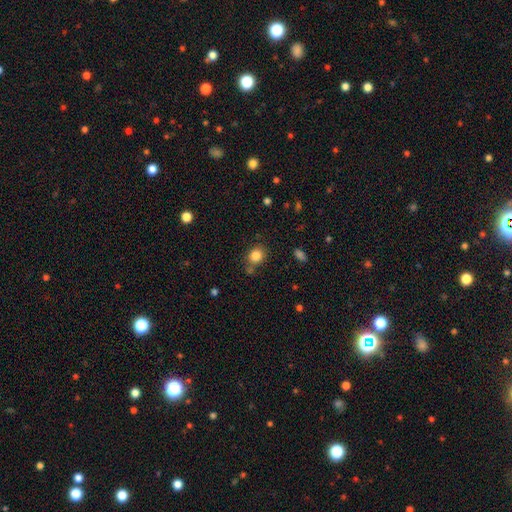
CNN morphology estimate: Smooth or featured?
  - smooth: 84% *
  - star or artifact: 11%
  - featured or disk: 6%
How rounded?
  - round: 70% *
  - in between: 29%
  - cigar-shaped: 1%
Merging?
  - none: 73% *
  - minor disturbance: 13%
  - merger: 10%
  - major disturbance: 4%